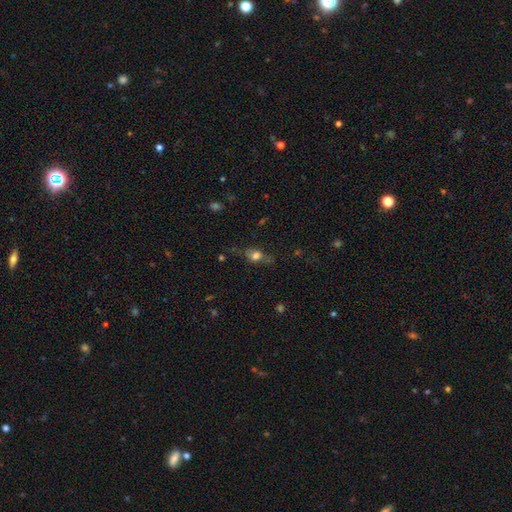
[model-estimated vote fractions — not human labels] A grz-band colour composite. It shows a smooth galaxy with no disk features (58%) that is in between round and cigar-shaped (57%). Merging: none (63%).